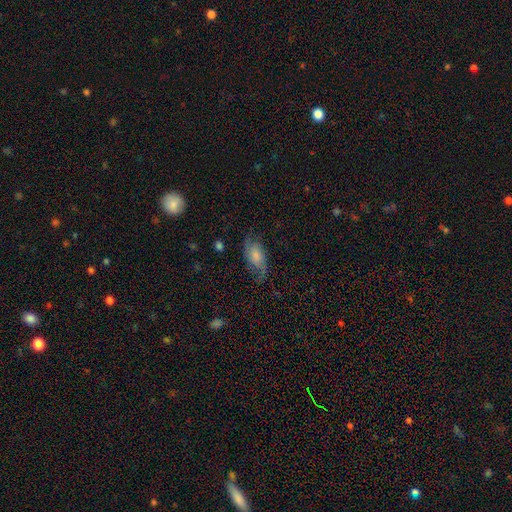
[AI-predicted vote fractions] Smooth or featured?
  - smooth: 49% *
  - featured or disk: 42%
  - star or artifact: 8%
Merging?
  - none: 63% *
  - minor disturbance: 23%
  - major disturbance: 12%
  - merger: 2%